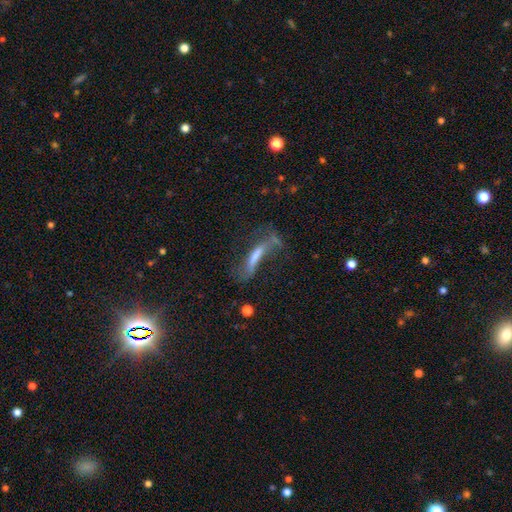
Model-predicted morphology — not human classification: featured or disk 48%, smooth 39%, star or artifact 13%. Down the decision tree: merging — major disturbance (37%).